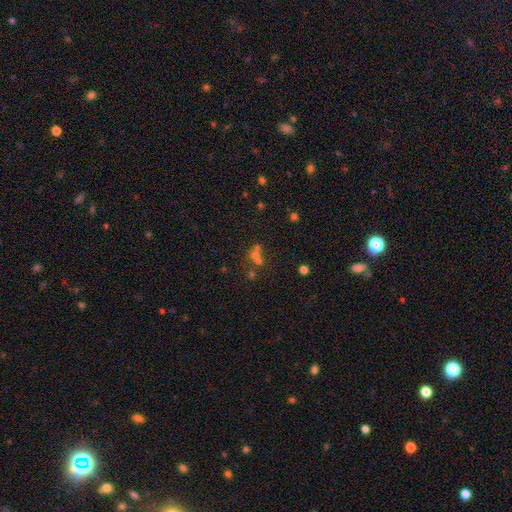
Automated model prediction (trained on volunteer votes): Smooth or featured? smooth (45%)
Merging? merger (46%)